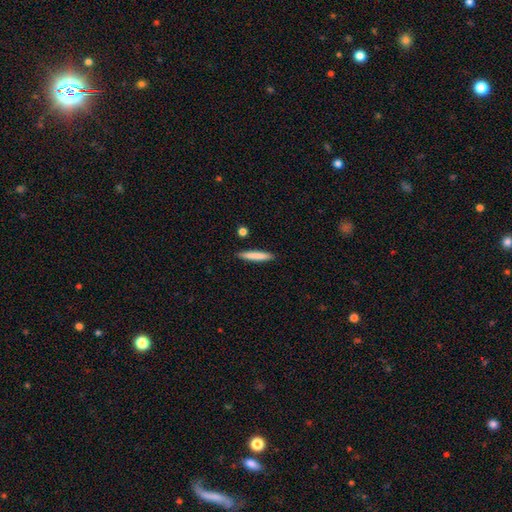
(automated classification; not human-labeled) Smooth or featured?
  - smooth: 81% *
  - featured or disk: 13%
  - star or artifact: 6%
How rounded?
  - cigar-shaped: 92% *
  - in between: 7%
  - round: 1%
Merging?
  - none: 89% *
  - minor disturbance: 7%
  - merger: 2%
  - major disturbance: 2%